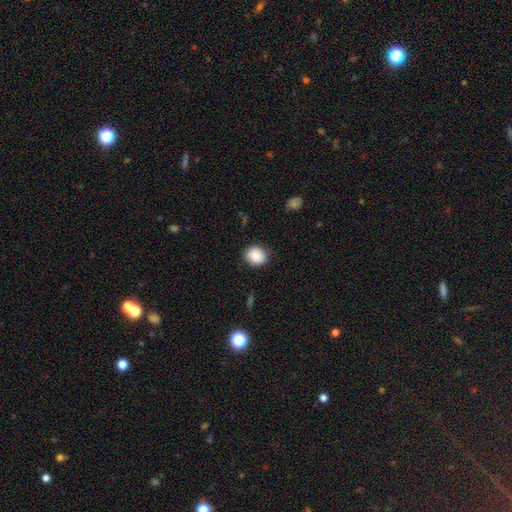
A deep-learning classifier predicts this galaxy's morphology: This appears to be a smooth galaxy with no disk features (85%) that is round (73%). Merging: none (83%).